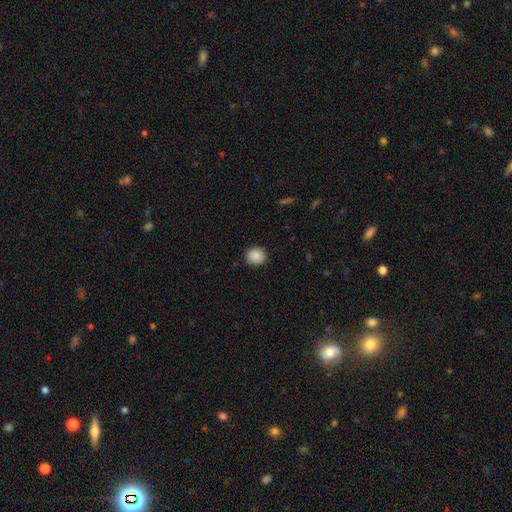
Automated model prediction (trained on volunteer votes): A smooth galaxy with no disk features (89%) that is round (85%). Merging: none (89%).